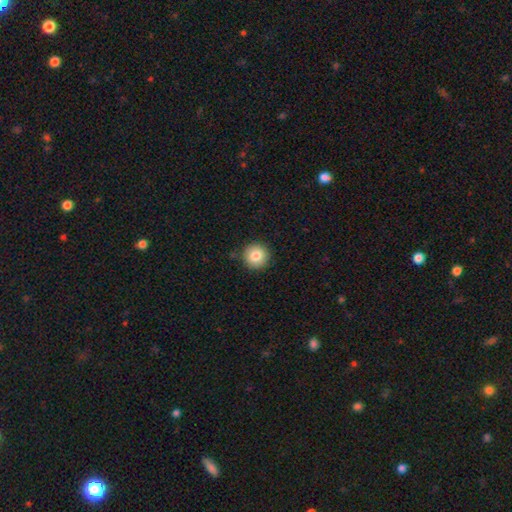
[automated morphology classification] This is clearly a smooth galaxy (83%). How rounded: clearly round (95%). Merging: clearly none (90%).